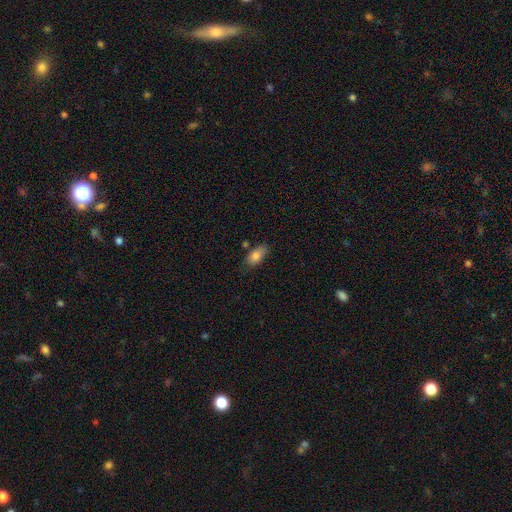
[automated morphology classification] smooth-or-featured: smooth: 81% | featured or disk: 11% | star or artifact: 8%
  how-rounded: in between: 88% | cigar-shaped: 7% | round: 5%
  merging: none: 71% | minor disturbance: 20% | merger: 6% | major disturbance: 4%